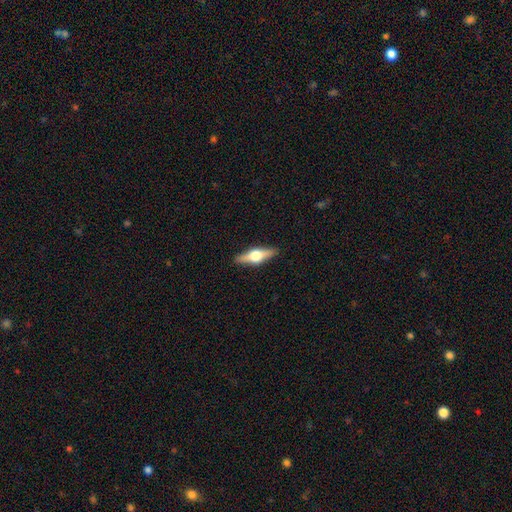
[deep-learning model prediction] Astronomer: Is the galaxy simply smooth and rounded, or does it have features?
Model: featured or disk — 67%.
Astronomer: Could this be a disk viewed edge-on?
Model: yes — 97%.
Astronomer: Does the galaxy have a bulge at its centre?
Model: rounded — 95%.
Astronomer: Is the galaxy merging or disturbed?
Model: none — 90%.